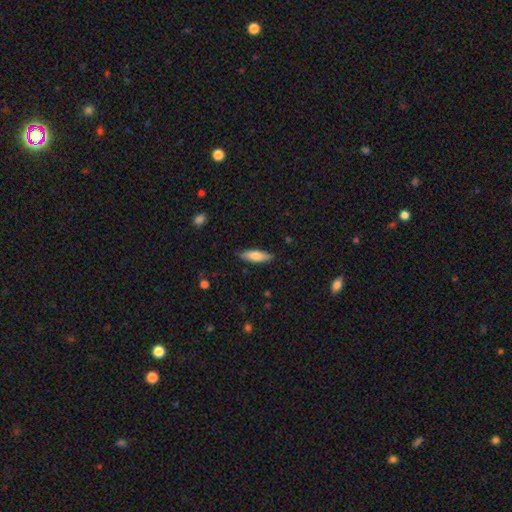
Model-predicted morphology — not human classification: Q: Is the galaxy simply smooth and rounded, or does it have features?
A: smooth — 74%.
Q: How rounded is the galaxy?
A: cigar-shaped — 50%.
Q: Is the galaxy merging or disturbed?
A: none — 86%.